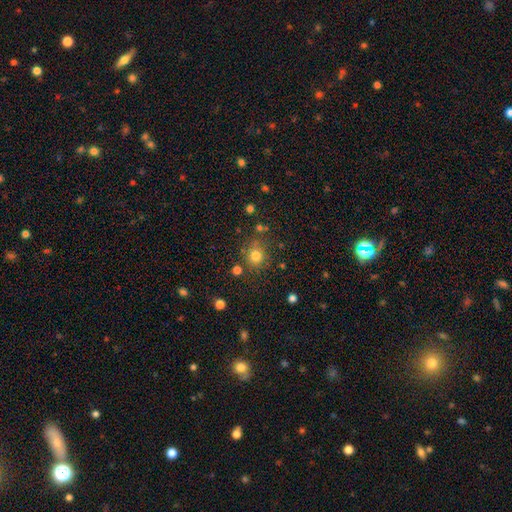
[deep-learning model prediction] This appears to be a smooth galaxy with no disk features (77%) that is round (86%). Merging: none (76%).